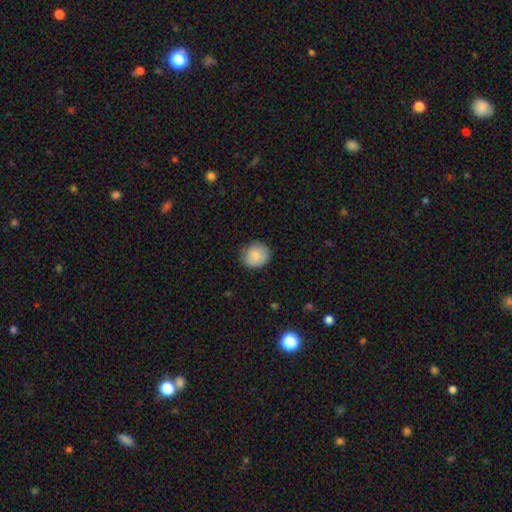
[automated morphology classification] Smooth or featured? smooth (83%)
How rounded? round (76%)
Merging? none (80%)